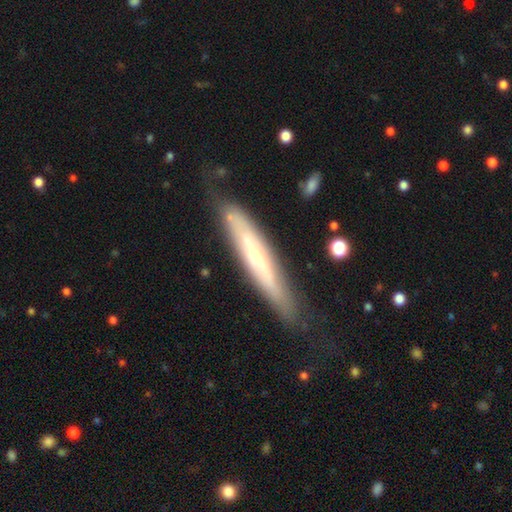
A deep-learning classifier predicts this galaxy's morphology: A featured or disk galaxy (55%) viewed edge-on (74%).

Vote fractions:
- Smooth or featured? featured or disk: 55% / smooth: 39% / star or artifact: 6%
- Edge-on disk? yes: 74% / no: 26%
- Merging? none: 74% / minor disturbance: 19% / major disturbance: 5% / merger: 2%